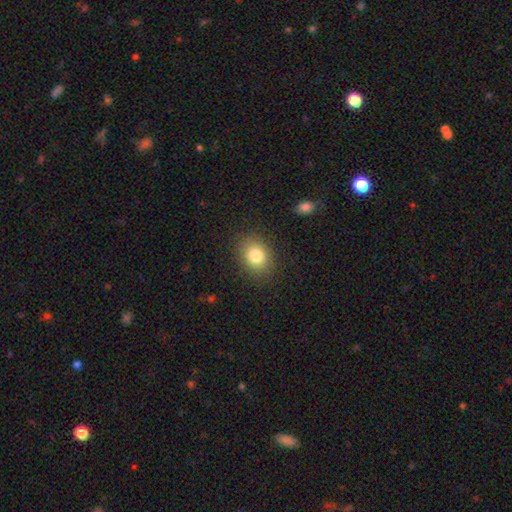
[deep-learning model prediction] smooth_or_featured: smooth (p=0.82) [alt: star or artifact p=0.10]
how_rounded: in between (p=0.54) [alt: round p=0.45]
merging: none (p=0.86) [alt: minor disturbance p=0.10]